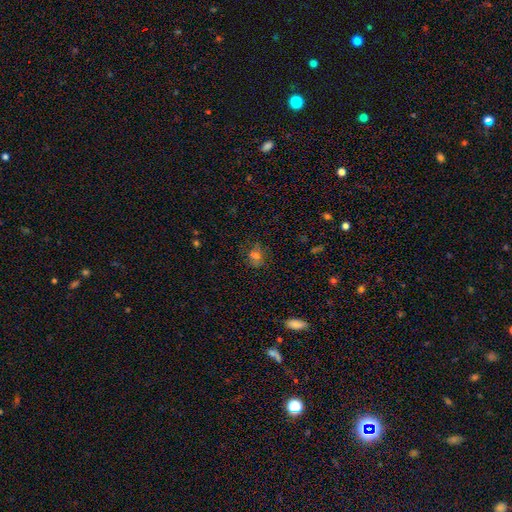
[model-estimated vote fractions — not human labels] A smooth galaxy with no disk features (57%) that is round (61%).

Vote fractions:
- Smooth or featured? smooth: 57% / star or artifact: 31% / featured or disk: 12%
- How rounded? round: 61% / in between: 36% / cigar-shaped: 2%
- Merging? none: 69% / minor disturbance: 16% / merger: 9% / major disturbance: 7%